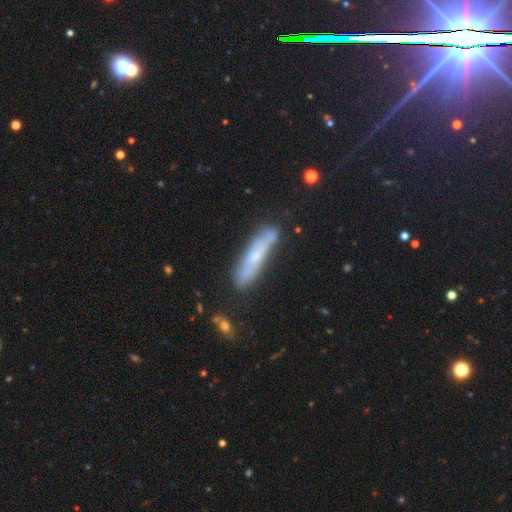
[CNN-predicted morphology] This is possibly a smooth galaxy (52%). How rounded: clearly cigar-shaped (86%). Merging: likely none (76%).